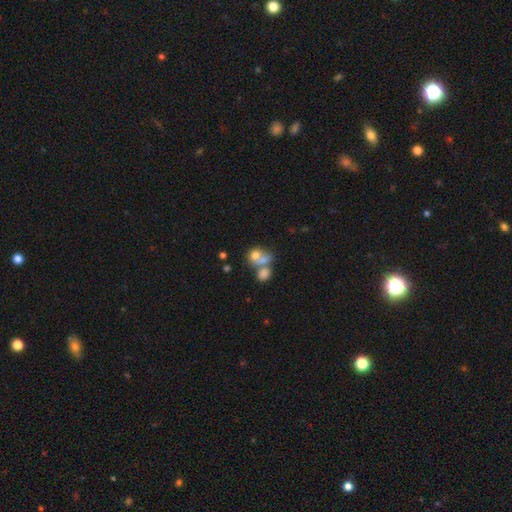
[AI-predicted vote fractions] smooth-or-featured: smooth: 70% | featured or disk: 19% | star or artifact: 11%
  how-rounded: round: 57% | in between: 41% | cigar-shaped: 1%
  merging: merger: 59% | none: 25% | minor disturbance: 9% | major disturbance: 7%